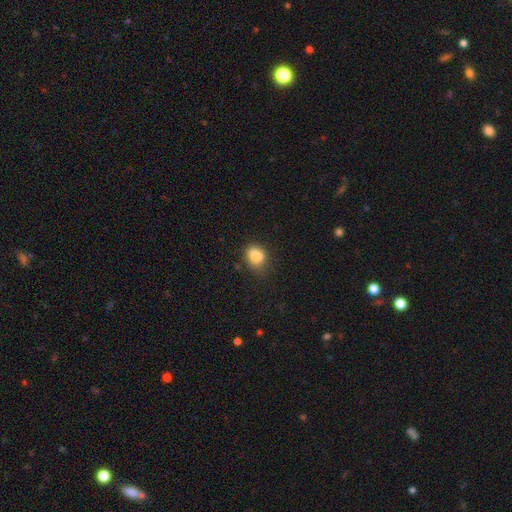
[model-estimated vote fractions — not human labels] Q: Smooth or featured?
A: smooth (84%); runner-up: star or artifact (10%)
Q: How rounded?
A: in between (64%); runner-up: round (34%)
Q: Merging?
A: none (61%); runner-up: minor disturbance (28%)